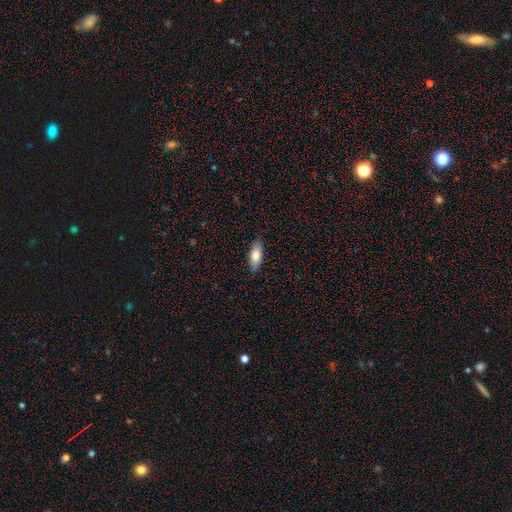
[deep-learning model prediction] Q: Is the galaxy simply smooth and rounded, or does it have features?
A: smooth — 76%.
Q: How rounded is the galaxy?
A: in between — 75%.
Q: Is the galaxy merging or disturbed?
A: none — 87%.